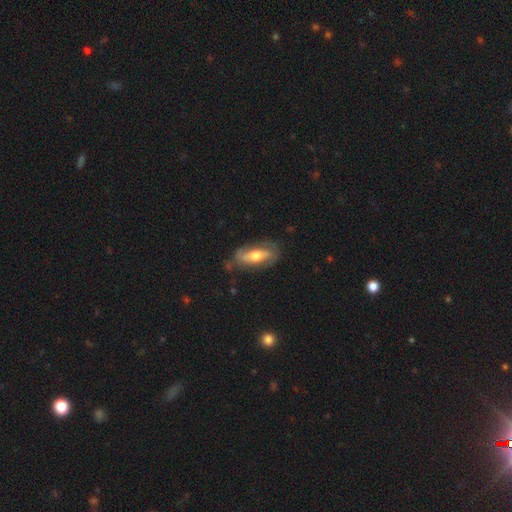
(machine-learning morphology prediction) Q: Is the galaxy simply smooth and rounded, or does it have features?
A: featured or disk — 59%.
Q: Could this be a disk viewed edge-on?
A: no — 81%.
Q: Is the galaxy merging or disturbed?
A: none — 63%.